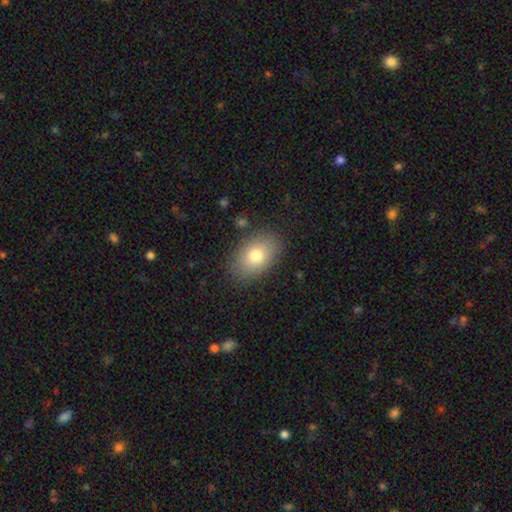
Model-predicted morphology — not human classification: This is likely a smooth galaxy (77%). How rounded: clearly in between (85%). Merging: clearly none (84%).